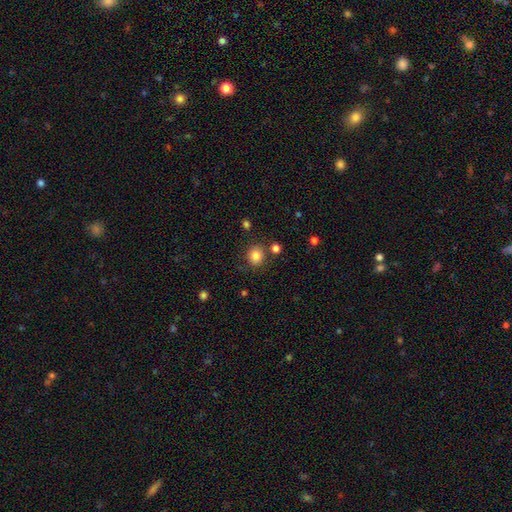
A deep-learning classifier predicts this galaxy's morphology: smooth-or-featured: smooth: 83% | star or artifact: 11% | featured or disk: 6%
  how-rounded: round: 80% | in between: 19% | cigar-shaped: 1%
  merging: none: 81% | minor disturbance: 9% | merger: 6% | major disturbance: 3%